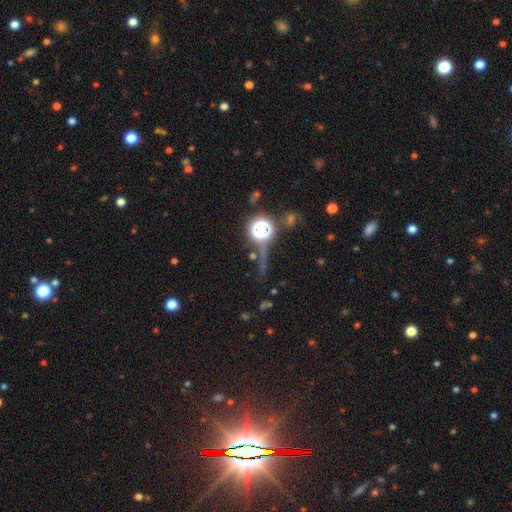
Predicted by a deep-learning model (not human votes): The model was most divided on "smooth or featured": star or artifact: 66%, smooth: 21%, featured or disk: 13%.